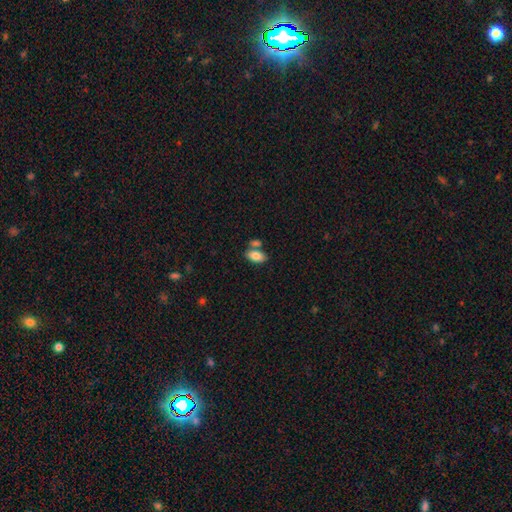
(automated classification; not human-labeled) Smooth or featured? smooth (84%)
How rounded? in between (93%)
Merging? none (58%)